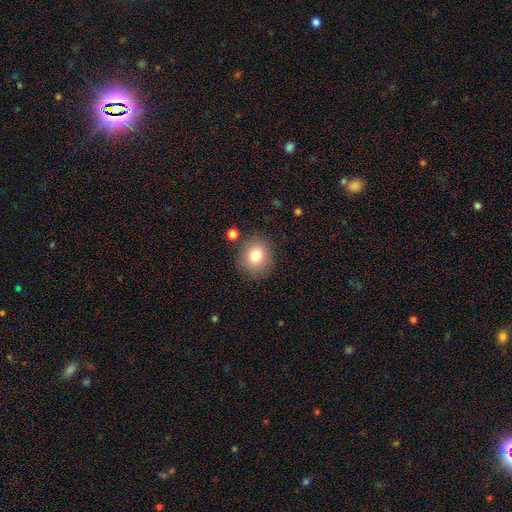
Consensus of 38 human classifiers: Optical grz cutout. It shows a smooth galaxy with no disk features (89%) that is round (91%). Merging: none (78%).